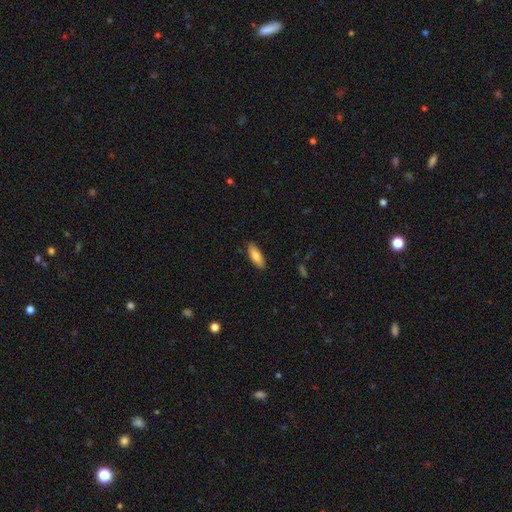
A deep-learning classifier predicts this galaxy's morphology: This is likely a smooth galaxy (79%). How rounded: likely in between (65%). Merging: clearly none (88%).